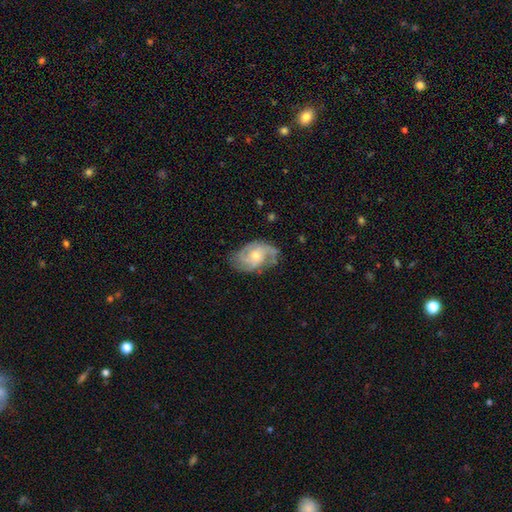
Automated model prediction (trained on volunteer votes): featured or disk 81%, smooth 13%, star or artifact 6%. Down the decision tree: edge-on disk — no (97%); bar — no (64%); spiral arms — yes (94%); spiral arm count — 2 (35%); spiral winding — medium (46%); bulge size — moderate (52%); merging — none (67%).